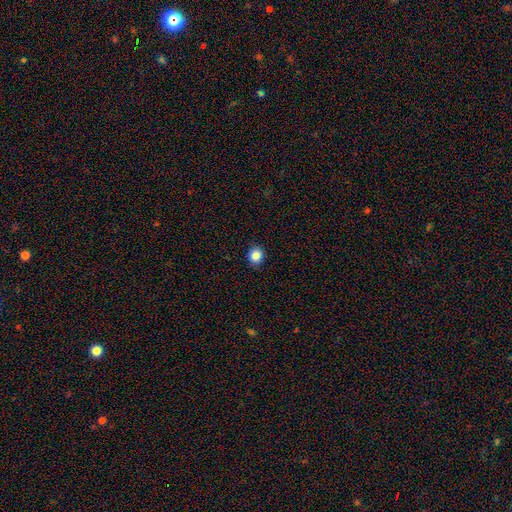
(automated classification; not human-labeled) Smooth or featured: smooth — 85% (star or artifact — 10%)
How rounded: round — 79% (in between — 20%)
Merging: none — 90% (minor disturbance — 7%)